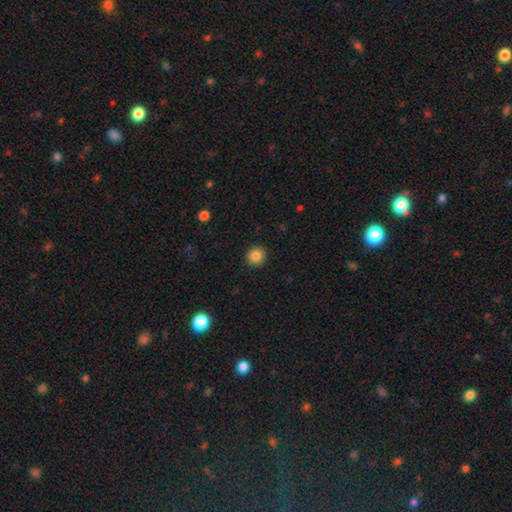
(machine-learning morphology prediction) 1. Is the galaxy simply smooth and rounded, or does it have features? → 85% smooth, 10% star or artifact, 5% featured or disk.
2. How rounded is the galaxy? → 93% round, 6% in between, 1% cigar-shaped.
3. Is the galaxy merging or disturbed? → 92% none, 5% minor disturbance, 2% major disturbance, 1% merger.